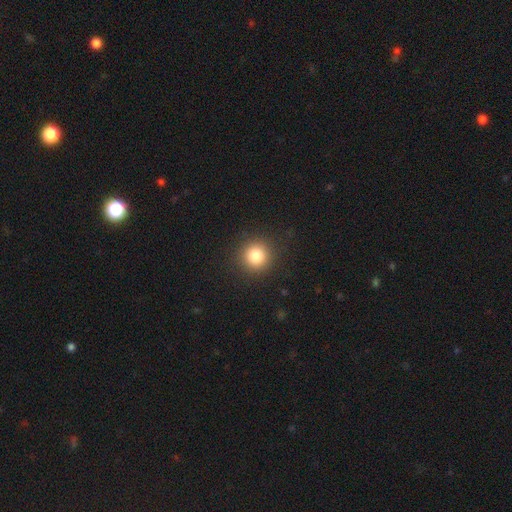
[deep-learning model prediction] Smooth or featured?
  - smooth: 83% *
  - star or artifact: 11%
  - featured or disk: 6%
How rounded?
  - round: 93% *
  - in between: 6%
  - cigar-shaped: 1%
Merging?
  - none: 90% *
  - minor disturbance: 6%
  - major disturbance: 3%
  - merger: 1%